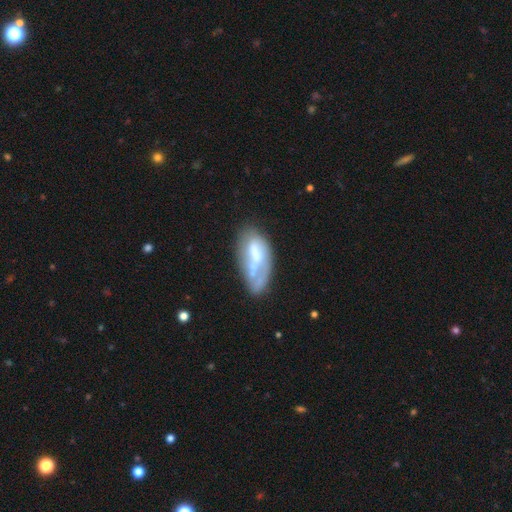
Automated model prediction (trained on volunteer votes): This appears to be a featured or disk galaxy (47%). Merging: none (39%).